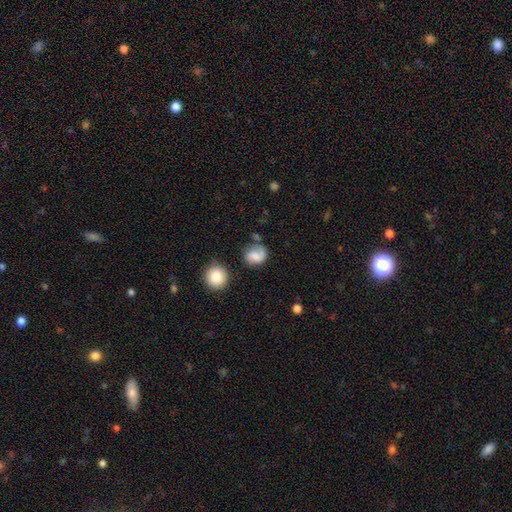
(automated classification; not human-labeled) smooth_or_featured: smooth (p=0.61) [alt: featured or disk p=0.29]
how_rounded: round (p=0.68) [alt: in between p=0.31]
merging: none (p=0.54) [alt: minor disturbance p=0.24]